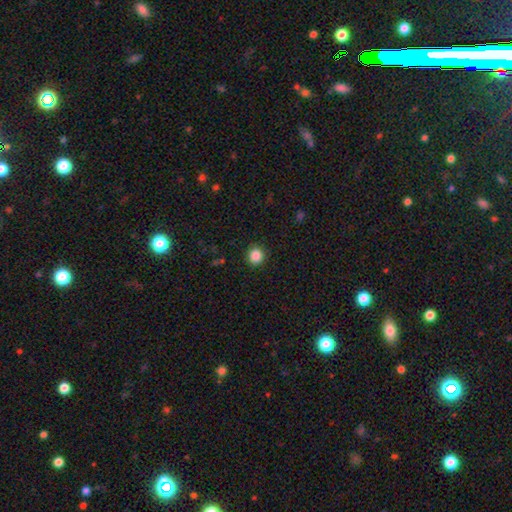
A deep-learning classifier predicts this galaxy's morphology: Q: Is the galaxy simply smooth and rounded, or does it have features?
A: smooth — 87%.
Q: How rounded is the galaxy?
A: round — 91%.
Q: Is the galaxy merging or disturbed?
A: none — 91%.